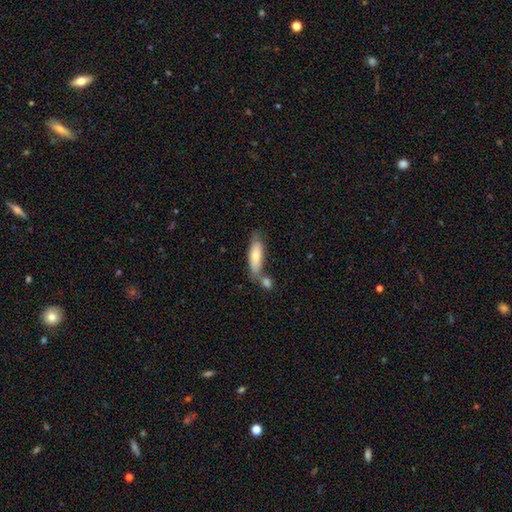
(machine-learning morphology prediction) This is likely a smooth galaxy (70%). How rounded: possibly in between (52%). Merging: possibly none (51%).